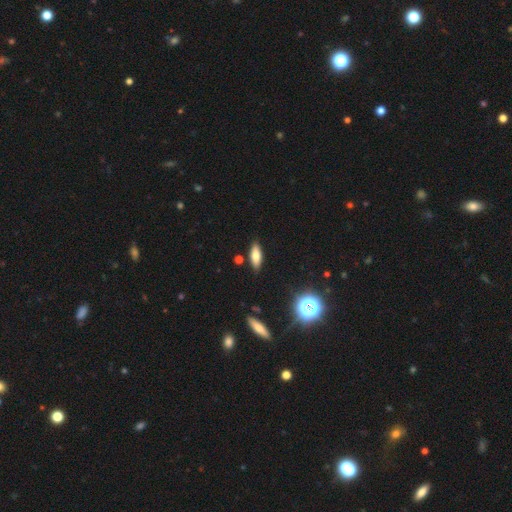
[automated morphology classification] smooth-or-featured: smooth: 72% | featured or disk: 19% | star or artifact: 9%
  how-rounded: in between: 68% | cigar-shaped: 29% | round: 3%
  merging: none: 86% | minor disturbance: 10% | merger: 2% | major disturbance: 2%